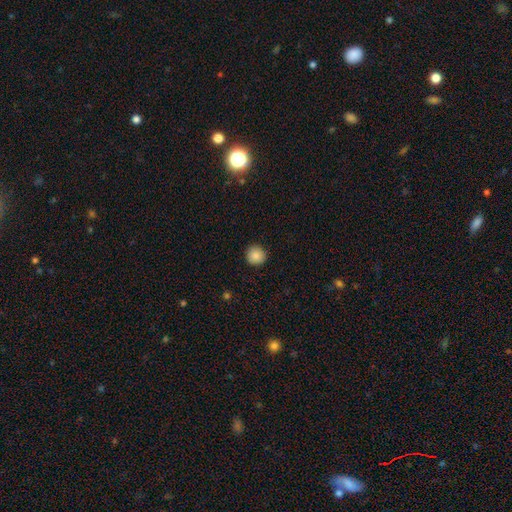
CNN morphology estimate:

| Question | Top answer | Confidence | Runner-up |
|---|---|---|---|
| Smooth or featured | smooth | 88% | star or artifact (9%) |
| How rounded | round | 94% | in between (5%) |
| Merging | none | 92% | minor disturbance (5%) |